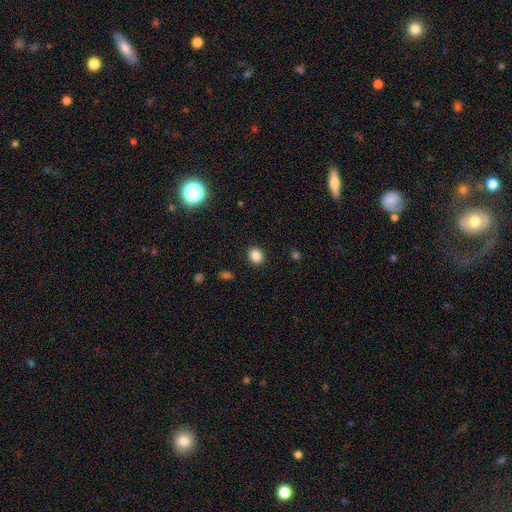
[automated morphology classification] Overall: smooth (86%). How rounded: round (57%; in between 42%). Merging: none (89%).